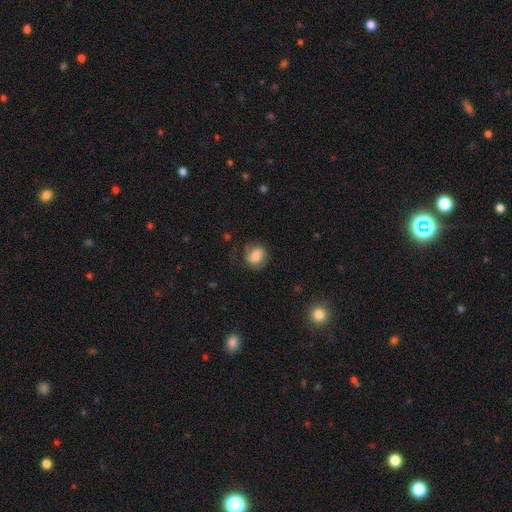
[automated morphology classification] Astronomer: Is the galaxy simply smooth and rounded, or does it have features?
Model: smooth — 71%.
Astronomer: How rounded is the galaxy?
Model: round — 57% (runner-up: in between, 41%).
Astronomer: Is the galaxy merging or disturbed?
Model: none — 65%.